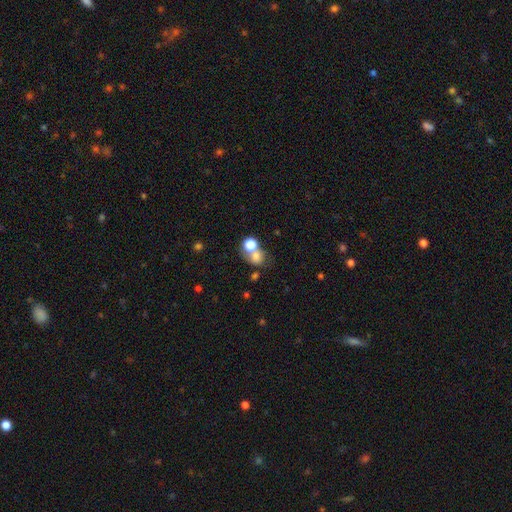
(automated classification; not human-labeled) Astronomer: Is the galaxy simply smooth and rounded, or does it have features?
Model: smooth — 72%.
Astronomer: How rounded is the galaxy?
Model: round — 69%.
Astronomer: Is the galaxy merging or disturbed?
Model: merger — 51% (runner-up: none, 35%).